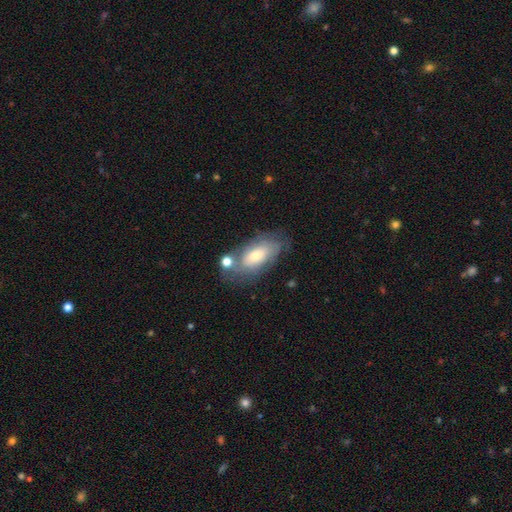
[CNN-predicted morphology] Smooth or featured: smooth — 50% (featured or disk — 42%)
How rounded: in between — 88% (cigar-shaped — 8%)
Merging: none — 57% (minor disturbance — 20%)